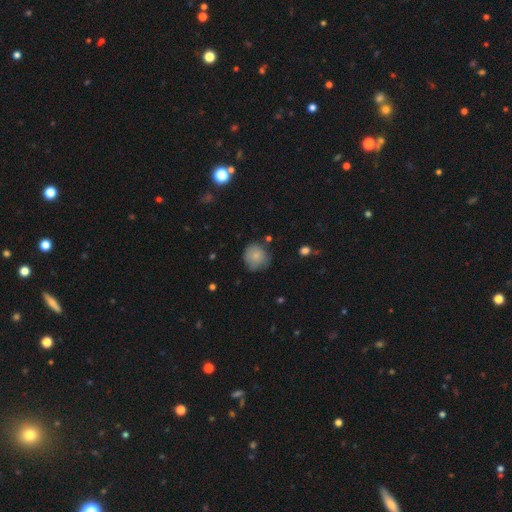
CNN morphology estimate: smooth 81%, featured or disk 10%, star or artifact 9%. Down the decision tree: how rounded — round (89%); merging — none (70%).